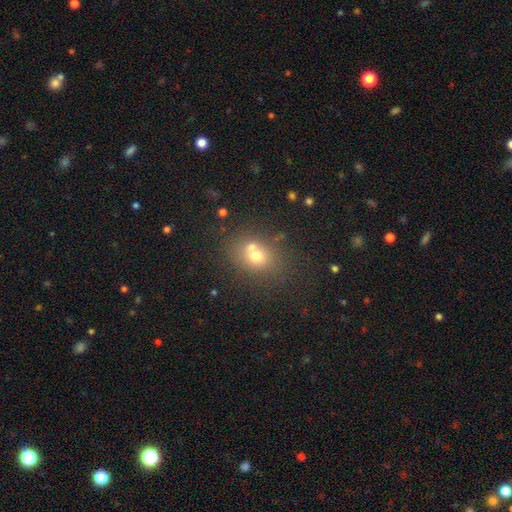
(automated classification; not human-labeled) Smooth or featured: smooth — 65% (featured or disk — 18%)
How rounded: round — 63% (in between — 36%)
Merging: none — 51% (merger — 35%)